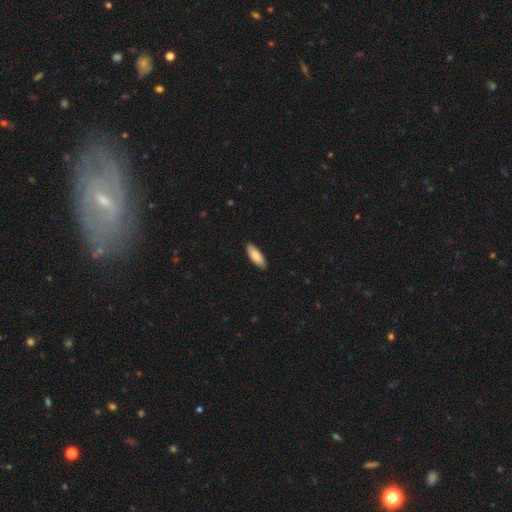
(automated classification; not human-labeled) Morphology: type=smooth (85%); roundness=in between (67%); merging=none (89%).